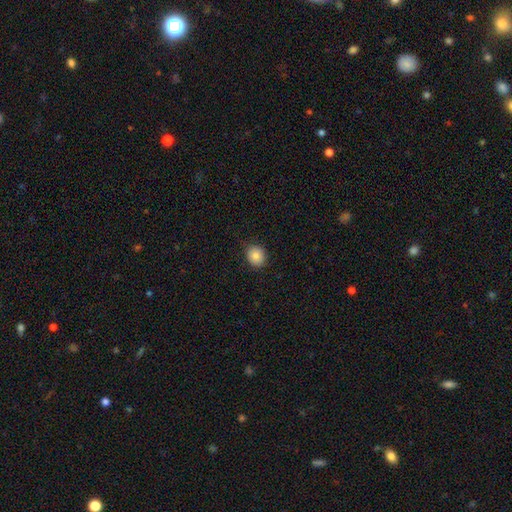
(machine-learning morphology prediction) Smooth or featured? smooth (84%)
How rounded? round (74%)
Merging? none (85%)